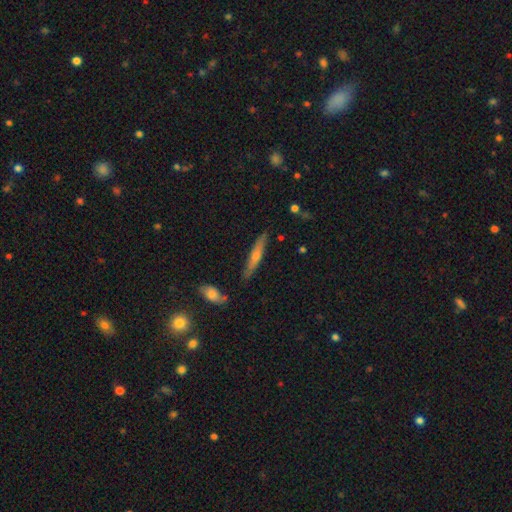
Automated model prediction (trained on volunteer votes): A featured or disk galaxy (53%) viewed edge-on (92%). Merging: none (86%).